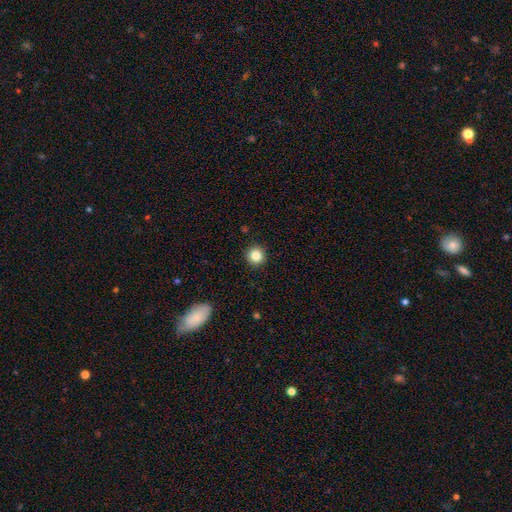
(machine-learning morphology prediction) smooth-or-featured: smooth: 85% | star or artifact: 10% | featured or disk: 5%
  how-rounded: round: 93% | in between: 6% | cigar-shaped: 1%
  merging: none: 92% | minor disturbance: 5% | major disturbance: 2% | merger: 1%